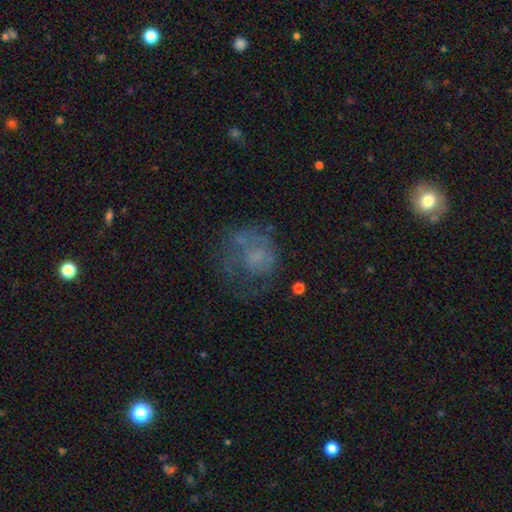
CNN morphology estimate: Q: Smooth or featured?
A: smooth (43%); runner-up: featured or disk (41%)
Q: Merging?
A: none (40%); runner-up: major disturbance (36%)